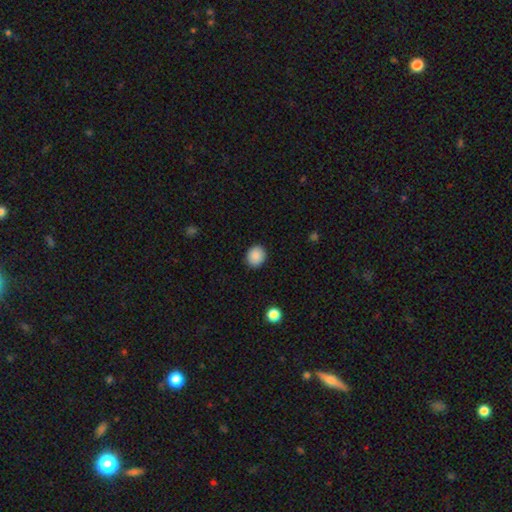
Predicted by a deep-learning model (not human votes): A smooth galaxy with no disk features (88%) that is round (72%). Merging: none (90%).